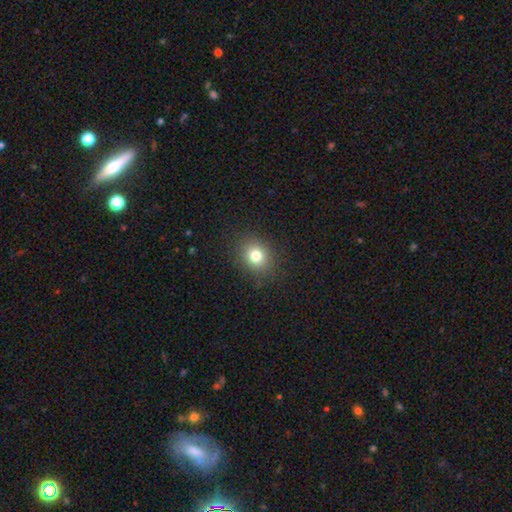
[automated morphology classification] Smooth or featured? smooth (78%)
How rounded? round (67%)
Merging? none (88%)